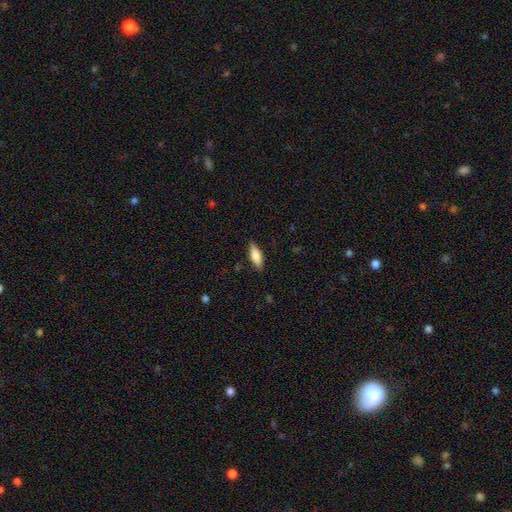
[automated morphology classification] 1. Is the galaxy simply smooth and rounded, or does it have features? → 75% smooth, 18% featured or disk, 6% star or artifact.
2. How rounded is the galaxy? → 62% in between, 36% cigar-shaped, 2% round.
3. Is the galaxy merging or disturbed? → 85% none, 11% minor disturbance, 2% major disturbance, 1% merger.